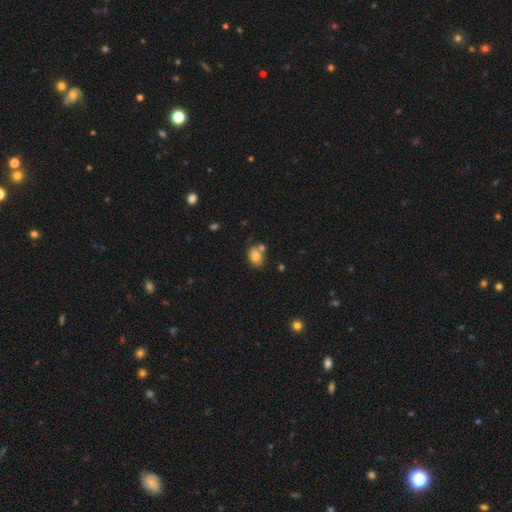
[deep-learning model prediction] Overall: smooth (80%). How rounded: in between (70%). Merging: none (59%; merger 22%).